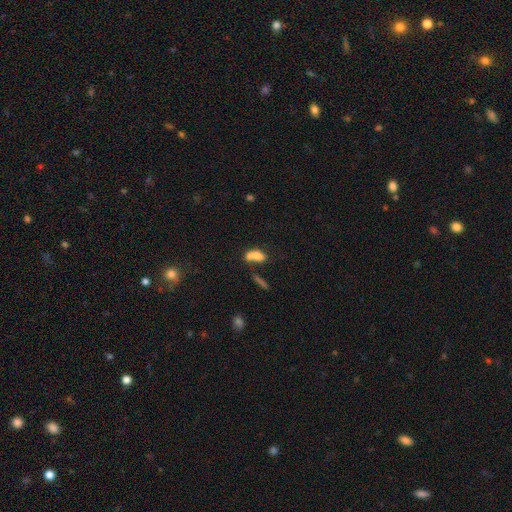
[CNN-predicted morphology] Smooth or featured: smooth — 69% (featured or disk — 20%)
How rounded: in between — 74% (round — 18%)
Merging: merger — 58% (none — 24%)